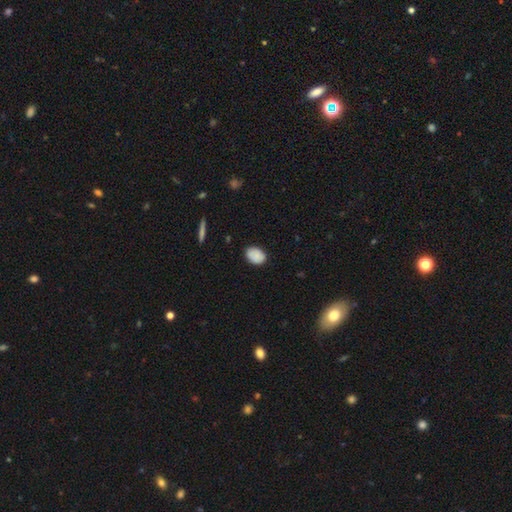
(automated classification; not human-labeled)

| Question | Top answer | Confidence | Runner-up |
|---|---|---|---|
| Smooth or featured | smooth | 88% | star or artifact (7%) |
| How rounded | in between | 78% | round (21%) |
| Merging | none | 83% | minor disturbance (13%) |